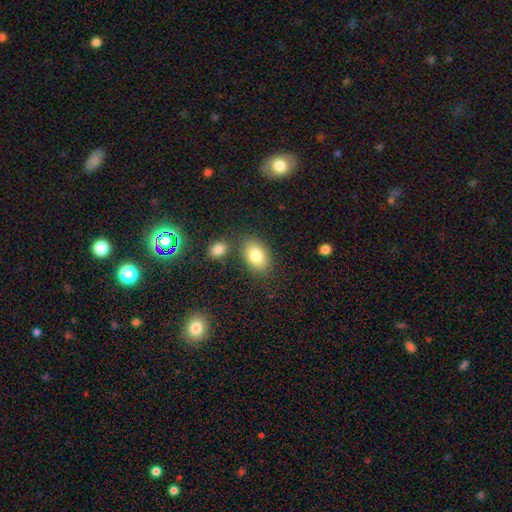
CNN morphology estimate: Q: Smooth or featured?
A: smooth (83%); runner-up: featured or disk (9%)
Q: How rounded?
A: in between (88%); runner-up: round (11%)
Q: Merging?
A: none (76%); runner-up: minor disturbance (11%)